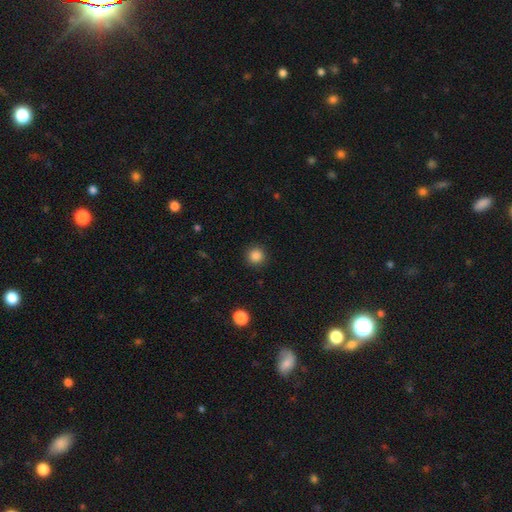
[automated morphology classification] This is clearly a smooth galaxy (86%). How rounded: clearly round (95%). Merging: clearly none (92%).